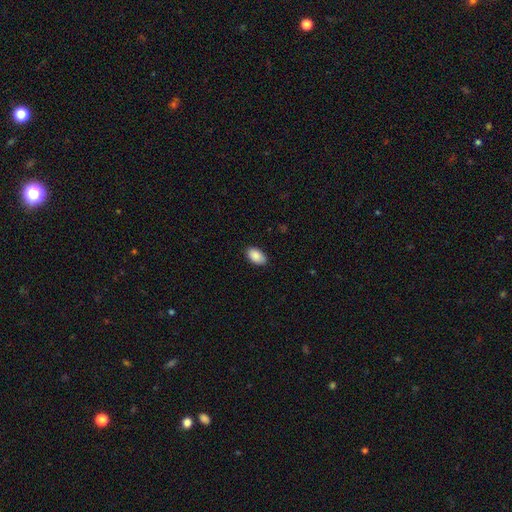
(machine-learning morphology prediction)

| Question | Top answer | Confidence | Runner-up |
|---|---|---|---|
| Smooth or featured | smooth | 89% | star or artifact (7%) |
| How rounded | in between | 93% | round (5%) |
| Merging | none | 87% | minor disturbance (11%) |